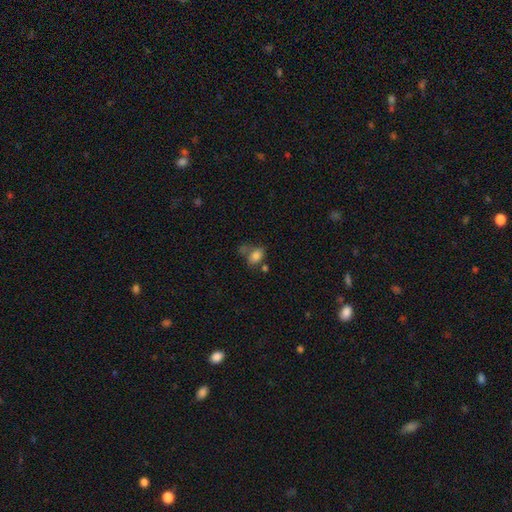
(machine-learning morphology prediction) This appears to be a smooth galaxy with no disk features (80%) that is in between round and cigar-shaped (79%). Merging: none (48%).